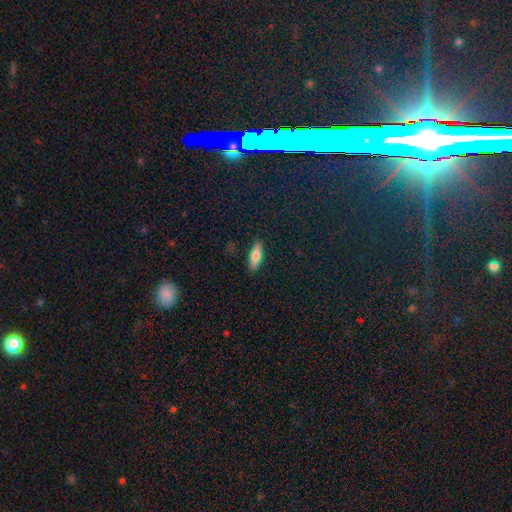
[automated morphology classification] smooth-or-featured: smooth: 71% | featured or disk: 22% | star or artifact: 7%
  how-rounded: cigar-shaped: 53% | in between: 45% | round: 2%
  merging: none: 89% | minor disturbance: 8% | major disturbance: 2% | merger: 1%